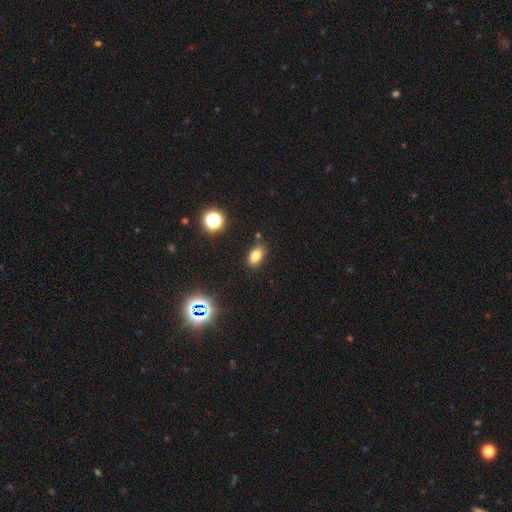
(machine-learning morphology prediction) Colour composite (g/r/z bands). It shows a smooth galaxy with no disk features (77%) that is in between round and cigar-shaped (86%). Merging: none (83%).